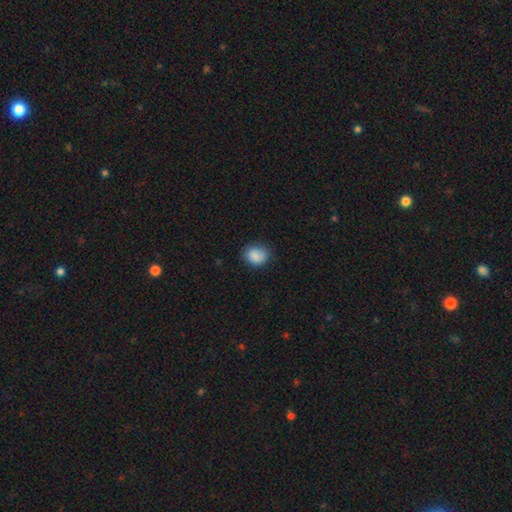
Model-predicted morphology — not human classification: smooth_or_featured: smooth (p=0.87) [alt: star or artifact p=0.08]
how_rounded: round (p=0.55) [alt: in between p=0.45]
merging: none (p=0.77) [alt: minor disturbance p=0.18]